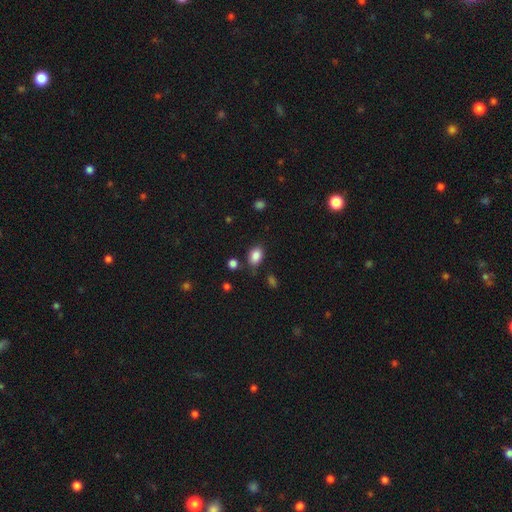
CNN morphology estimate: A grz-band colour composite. It shows a smooth galaxy with no disk features (86%) that is in between round and cigar-shaped (76%). Merging: none (77%).